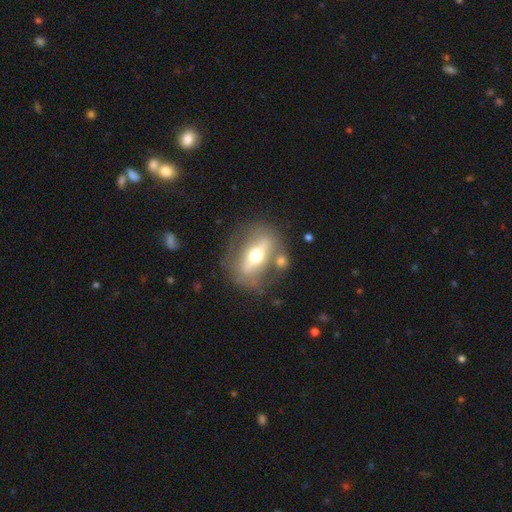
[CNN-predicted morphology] type=featured or disk (65%); edge-on=no (58%); merging=none (69%).